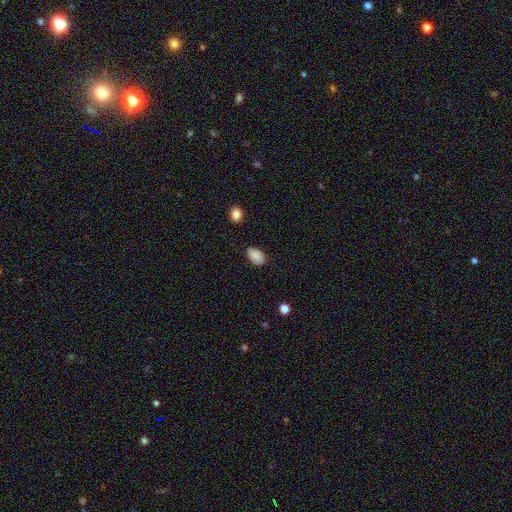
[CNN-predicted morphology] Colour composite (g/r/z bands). It shows a smooth galaxy with no disk features (86%) that is in between round and cigar-shaped (89%). Merging: none (73%).